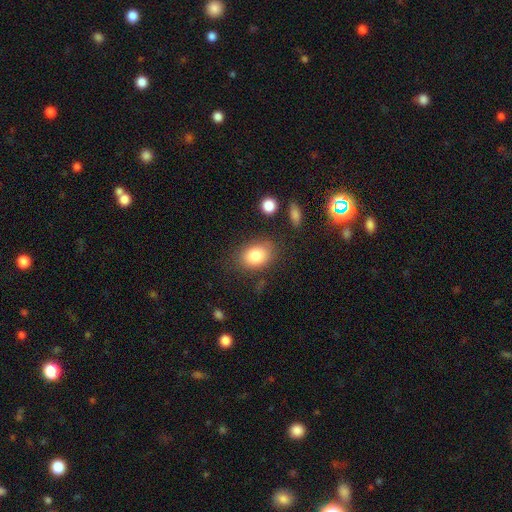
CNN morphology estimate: Smooth or featured: smooth — 82% (featured or disk — 9%)
How rounded: in between — 74% (round — 25%)
Merging: none — 76% (minor disturbance — 16%)